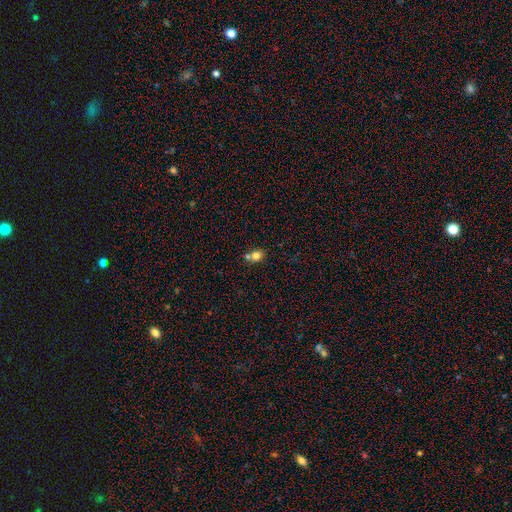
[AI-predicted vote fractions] smooth_or_featured: smooth (p=0.79) [alt: star or artifact p=0.12]
how_rounded: round (p=0.67) [alt: in between p=0.32]
merging: none (p=0.50) [alt: merger p=0.37]